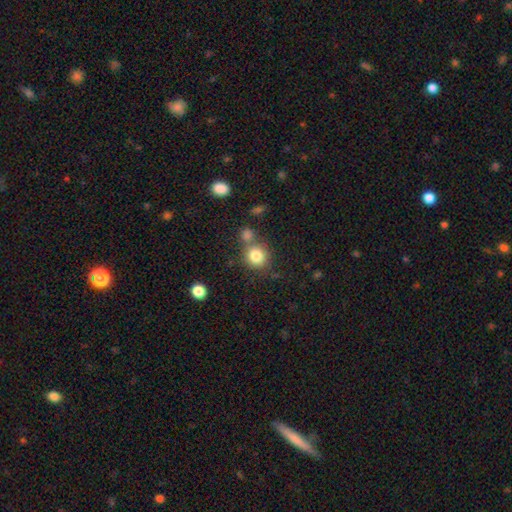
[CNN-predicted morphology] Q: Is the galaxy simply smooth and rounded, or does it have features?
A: smooth — 82%.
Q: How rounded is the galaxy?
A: round — 85%.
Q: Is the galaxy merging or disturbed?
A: none — 63%.